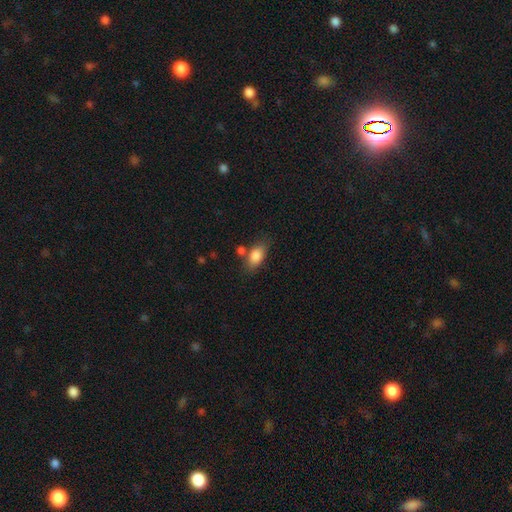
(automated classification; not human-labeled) smooth 85%, star or artifact 8%, featured or disk 7%. Down the decision tree: how rounded — in between (87%); merging — none (64%).